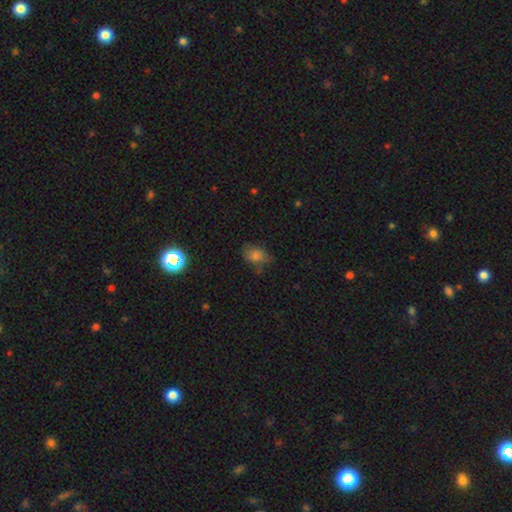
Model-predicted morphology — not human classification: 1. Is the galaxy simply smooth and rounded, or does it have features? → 72% smooth, 16% star or artifact, 11% featured or disk.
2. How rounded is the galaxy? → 74% in between, 25% round, 2% cigar-shaped.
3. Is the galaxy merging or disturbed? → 59% none, 28% minor disturbance, 10% major disturbance, 2% merger.